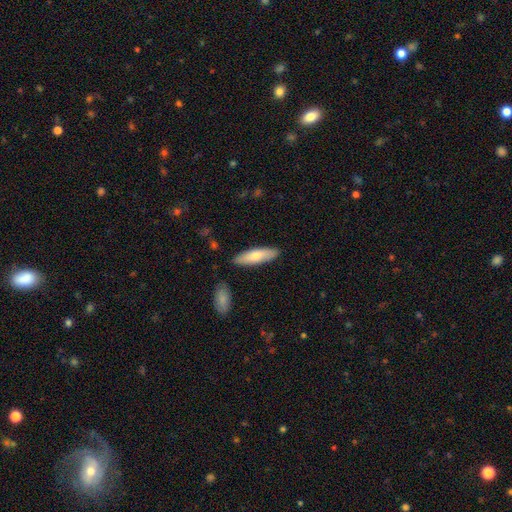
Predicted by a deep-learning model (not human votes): The model was most divided on "how rounded": cigar-shaped: 55%, in between: 43%, round: 2%. More confident: merging — none (86%); smooth or featured — smooth (75%).